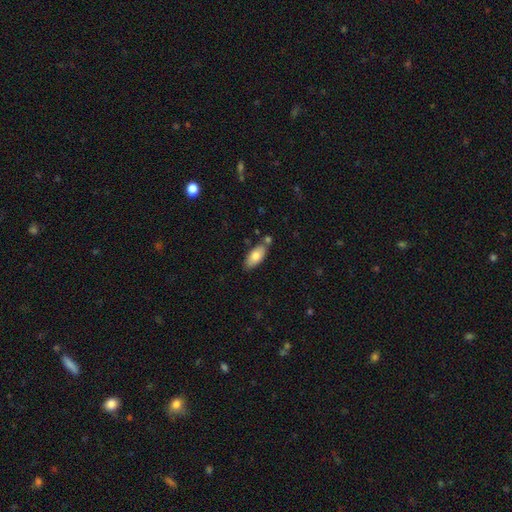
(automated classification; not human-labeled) The model was most divided on "merging": none: 70%, minor disturbance: 16%, merger: 11%, major disturbance: 3%. More confident: how rounded — in between (87%); smooth or featured — smooth (76%).